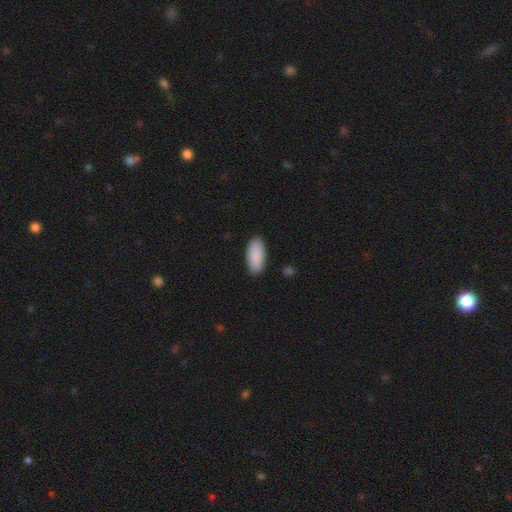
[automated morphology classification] This appears to be a smooth galaxy with no disk features (91%) that is in between round and cigar-shaped (89%). Merging: none (88%).